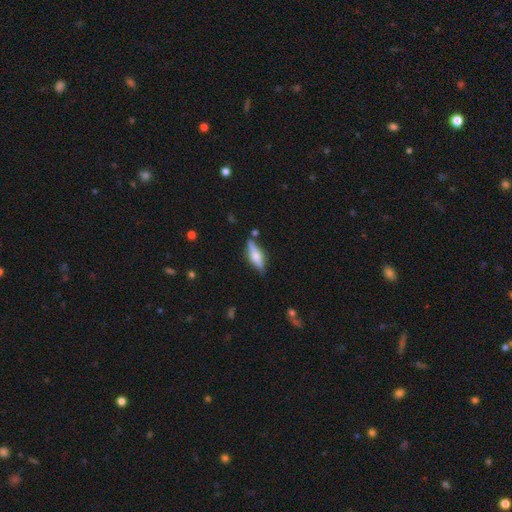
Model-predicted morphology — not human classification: featured or disk 53%, smooth 41%, star or artifact 7%. Down the decision tree: edge-on disk — yes (93%); merging — none (79%).